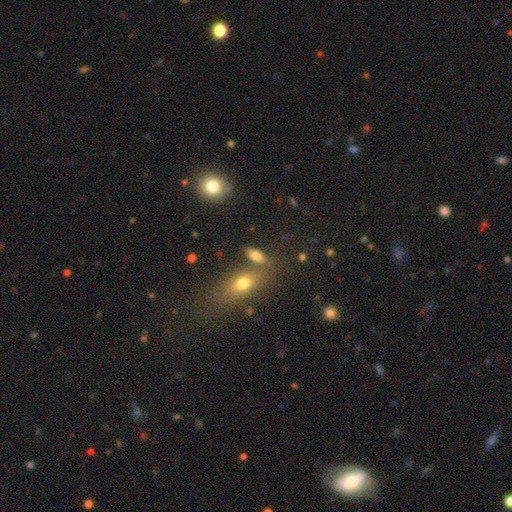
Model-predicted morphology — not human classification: type=smooth (72%); roundness=in between (71%); merging=none (65%).